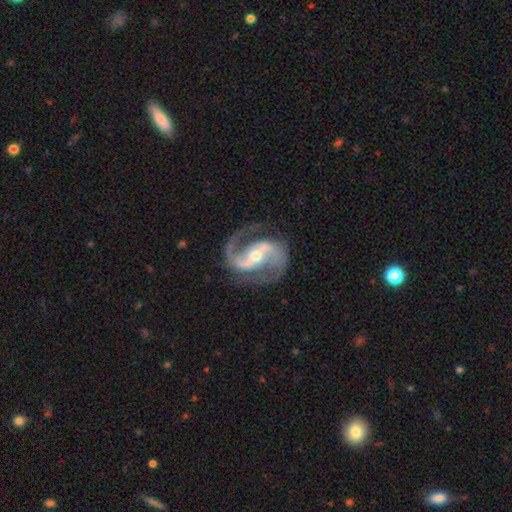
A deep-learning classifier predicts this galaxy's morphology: Smooth or featured?
  - featured or disk: 93% *
  - star or artifact: 4%
  - smooth: 3%
Edge-on disk?
  - no: 98% *
  - yes: 2%
Bar?
  - strong: 42% *
  - weak: 39%
  - no: 19%
Spiral arms?
  - yes: 98% *
  - no: 2%
Spiral winding?
  - medium: 61% *
  - loose: 24%
  - tight: 14%
Spiral arm count?
  - 2: 93% *
  - 1: 2%
  - can't tell: 2%
  - 3: 1%
  - 4: 1%
  - more than 4: 1%
Bulge size?
  - moderate: 60% *
  - small: 35%
  - large: 3%
  - none: 1%
  - dominant: 1%
Merging?
  - none: 78% *
  - minor disturbance: 14%
  - major disturbance: 7%
  - merger: 2%